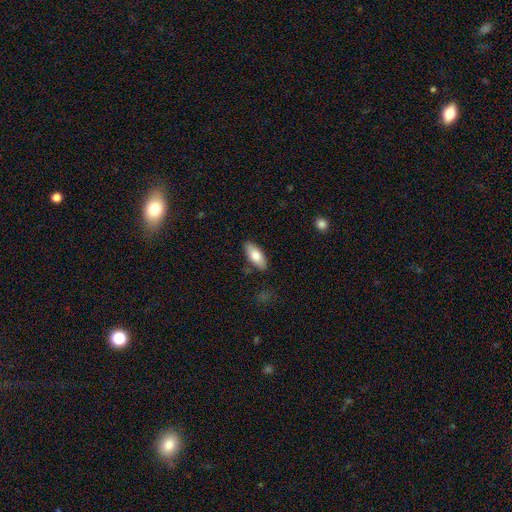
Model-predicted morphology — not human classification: Smooth or featured: smooth — 76% (featured or disk — 17%)
How rounded: in between — 82% (cigar-shaped — 16%)
Merging: none — 85% (minor disturbance — 11%)